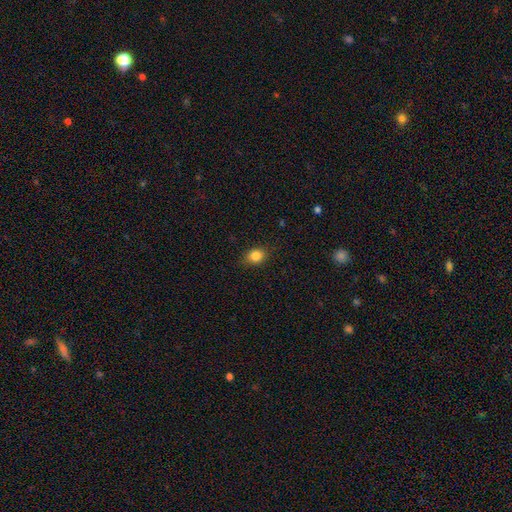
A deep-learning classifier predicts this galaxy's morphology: Overall: smooth (84%). How rounded: round (52%; in between 47%). Merging: none (85%).